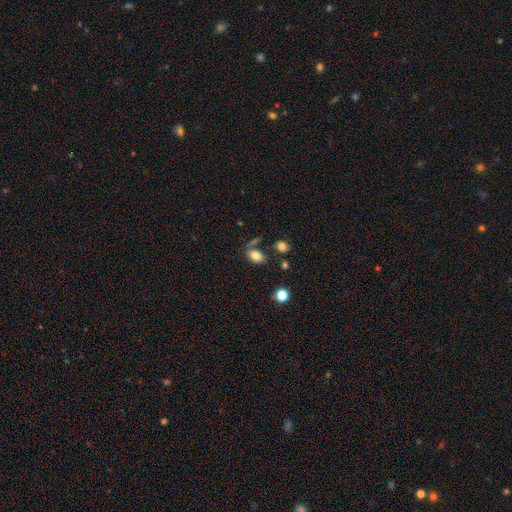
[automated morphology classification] type=smooth (79%); roundness=in between (86%); merging=none (63%).